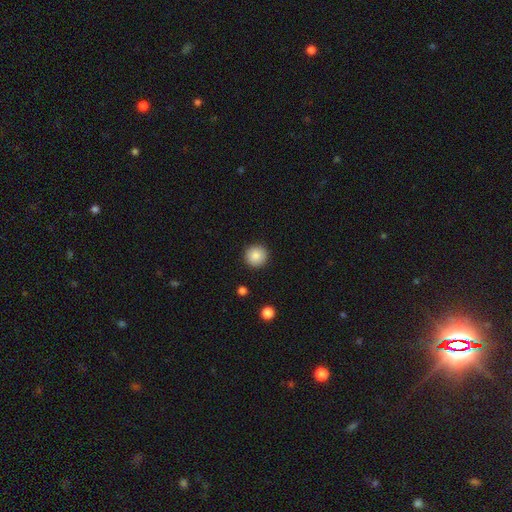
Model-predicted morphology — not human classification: A smooth galaxy with no disk features (87%) that is round (96%).

Vote fractions:
- Smooth or featured? smooth: 87% / star or artifact: 8% / featured or disk: 5%
- How rounded? round: 96% / in between: 3% / cigar-shaped: 1%
- Merging? none: 92% / minor disturbance: 5% / major disturbance: 2% / merger: 1%